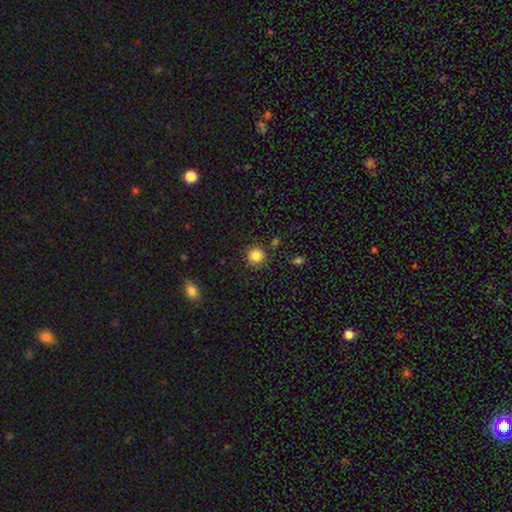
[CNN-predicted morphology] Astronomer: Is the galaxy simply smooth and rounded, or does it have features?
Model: smooth — 84%.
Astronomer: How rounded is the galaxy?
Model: round — 94%.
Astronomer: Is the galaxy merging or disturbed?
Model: none — 87%.